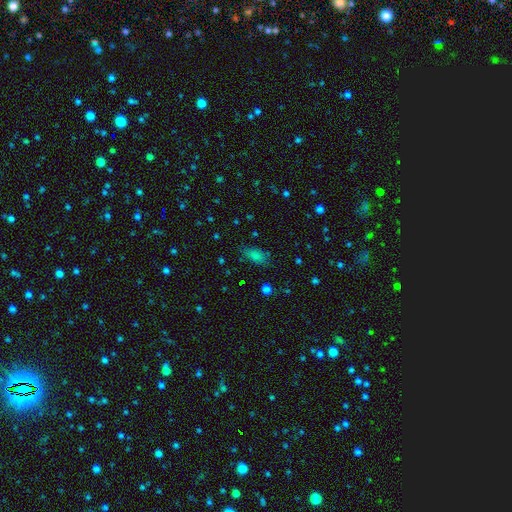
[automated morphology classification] Smooth or featured? Predicted: smooth (p=0.79). How rounded? Predicted: in between (p=0.87). Merging? Predicted: none (p=0.77).